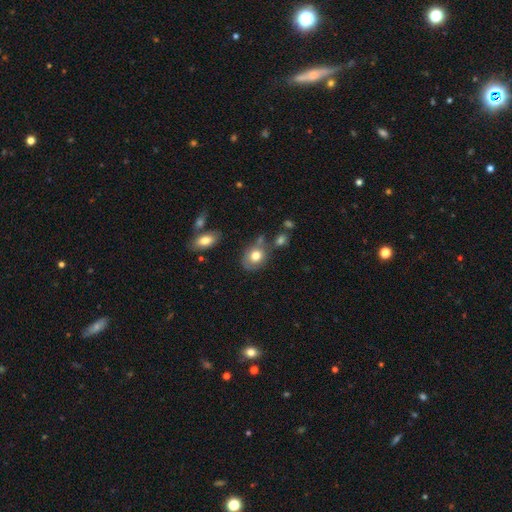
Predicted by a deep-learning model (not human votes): smooth 74%, featured or disk 18%, star or artifact 8%. Down the decision tree: how rounded — round (52%); merging — none (57%).